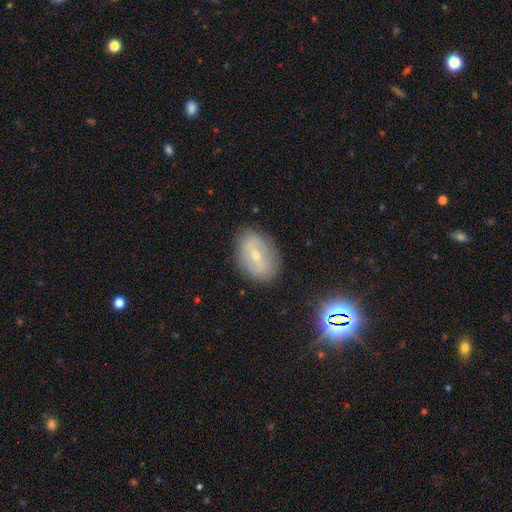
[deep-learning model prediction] Smooth or featured? featured or disk (53%)
Edge-on disk? no (91%)
Merging? none (82%)